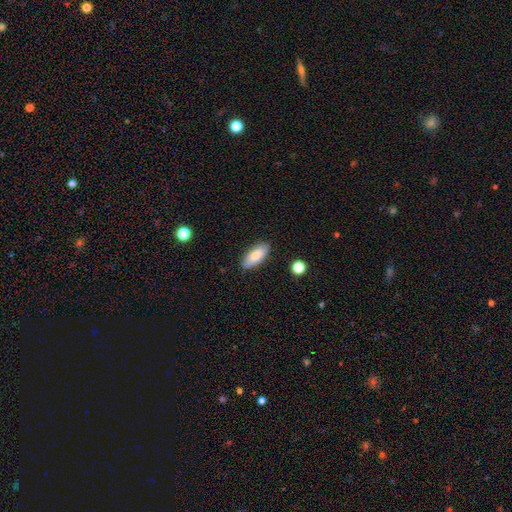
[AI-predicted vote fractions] Morphology: type=smooth (81%); roundness=in between (81%); merging=none (86%).